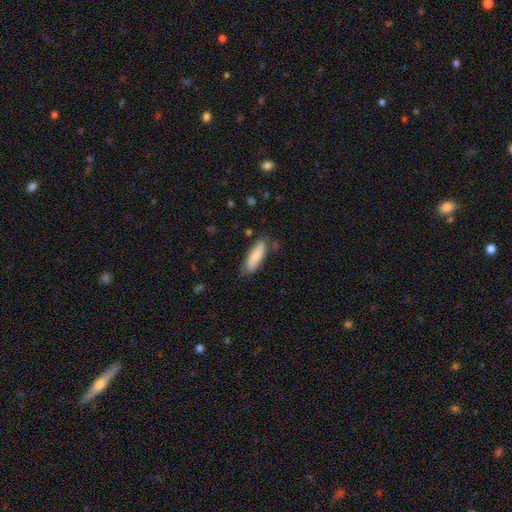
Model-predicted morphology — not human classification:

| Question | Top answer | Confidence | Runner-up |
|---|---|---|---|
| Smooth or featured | smooth | 71% | featured or disk (23%) |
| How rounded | in between | 52% | cigar-shaped (46%) |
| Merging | none | 71% | minor disturbance (21%) |